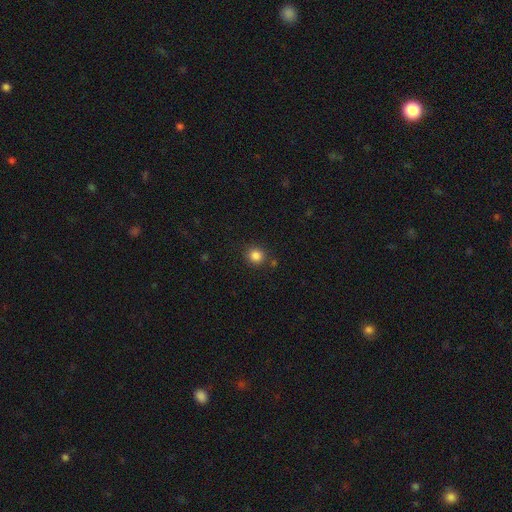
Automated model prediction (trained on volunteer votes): A smooth galaxy with no disk features (85%) that is round (89%). Merging: none (85%).